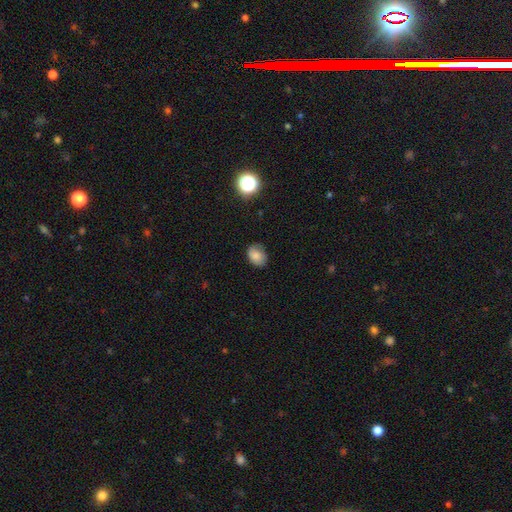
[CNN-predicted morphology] smooth_or_featured: smooth (p=0.79) [alt: star or artifact p=0.11]
how_rounded: in between (p=0.61) [alt: round p=0.39]
merging: none (p=0.69) [alt: minor disturbance p=0.24]